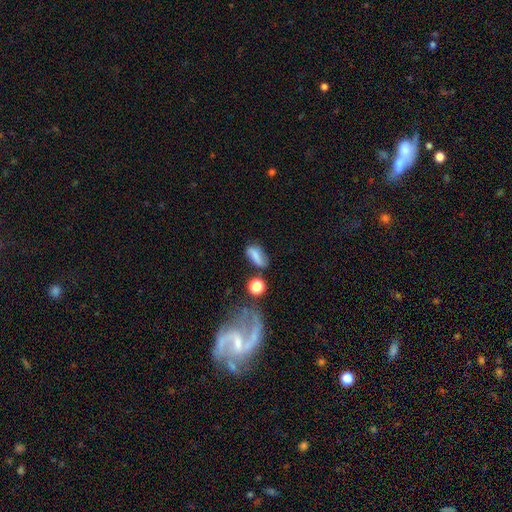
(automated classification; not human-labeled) This appears to be a smooth galaxy with no disk features (71%) that is in between round and cigar-shaped (78%). Merging: none (57%).